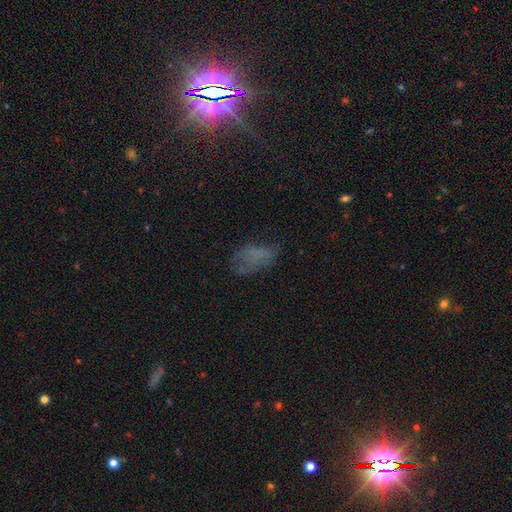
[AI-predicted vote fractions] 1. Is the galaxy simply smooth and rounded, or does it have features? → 52% smooth, 25% featured or disk, 23% star or artifact.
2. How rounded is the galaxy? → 88% in between, 8% round, 4% cigar-shaped.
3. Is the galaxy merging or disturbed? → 46% none, 25% minor disturbance, 25% major disturbance, 3% merger.